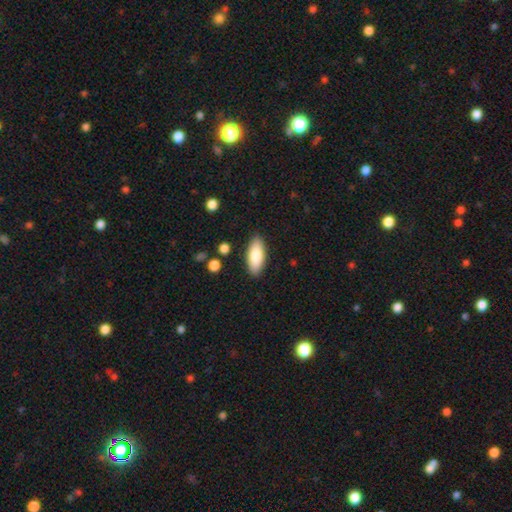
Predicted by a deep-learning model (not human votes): Smooth or featured? smooth (82%)
How rounded? in between (79%)
Merging? none (87%)